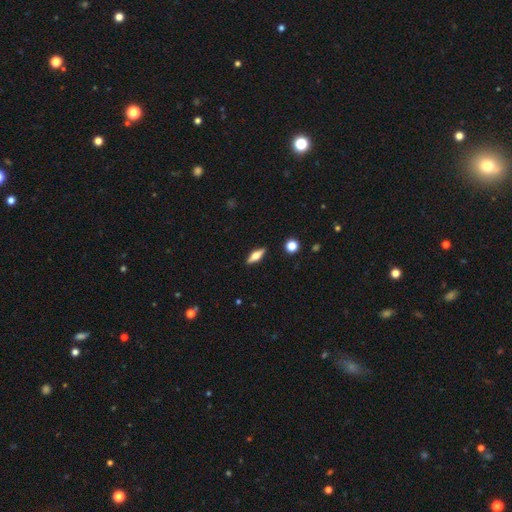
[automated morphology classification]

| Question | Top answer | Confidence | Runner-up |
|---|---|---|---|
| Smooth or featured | featured or disk | 50% | smooth (43%) |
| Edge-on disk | yes | 93% | no (7%) |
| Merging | none | 89% | minor disturbance (7%) |